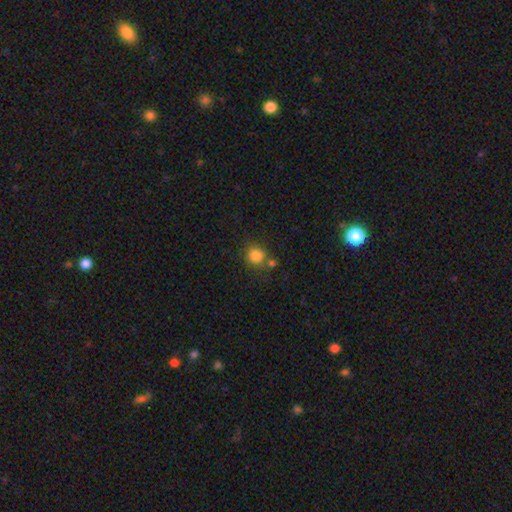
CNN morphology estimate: smooth 83%, star or artifact 11%, featured or disk 6%. Down the decision tree: how rounded — round (87%); merging — none (67%).